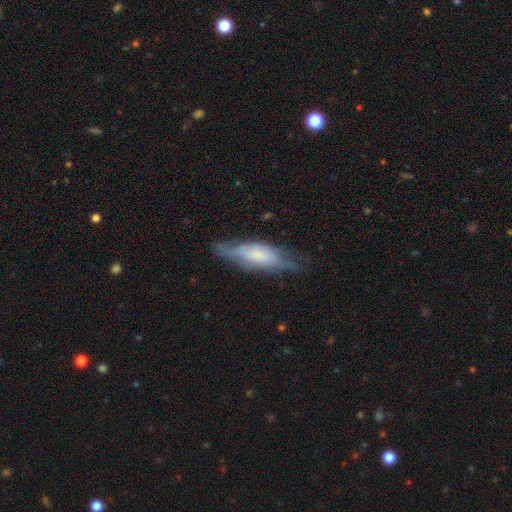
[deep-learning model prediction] This appears to be a featured or disk galaxy (50%) viewed edge-on (61%). Merging: none (68%).